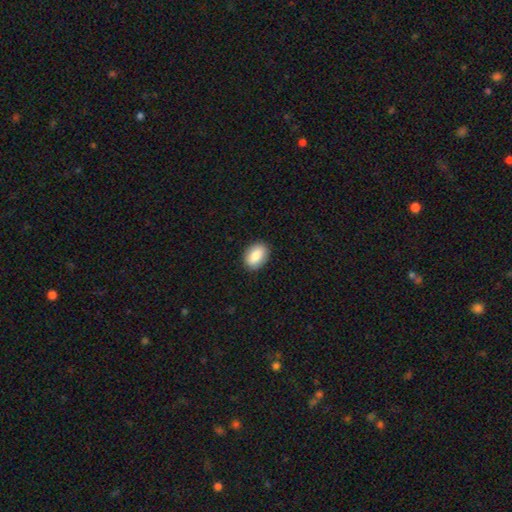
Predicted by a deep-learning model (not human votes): This is clearly a smooth galaxy (87%). How rounded: clearly in between (85%). Merging: clearly none (89%).